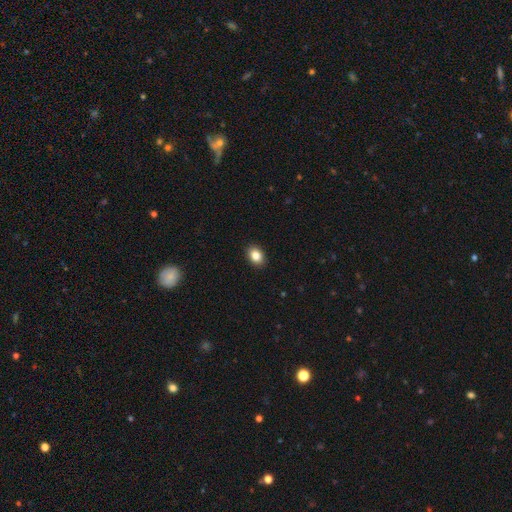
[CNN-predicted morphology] Smooth or featured?
  - smooth: 86% *
  - star or artifact: 9%
  - featured or disk: 6%
How rounded?
  - in between: 72% *
  - round: 27%
  - cigar-shaped: 1%
Merging?
  - none: 91% *
  - minor disturbance: 7%
  - major disturbance: 2%
  - merger: 1%